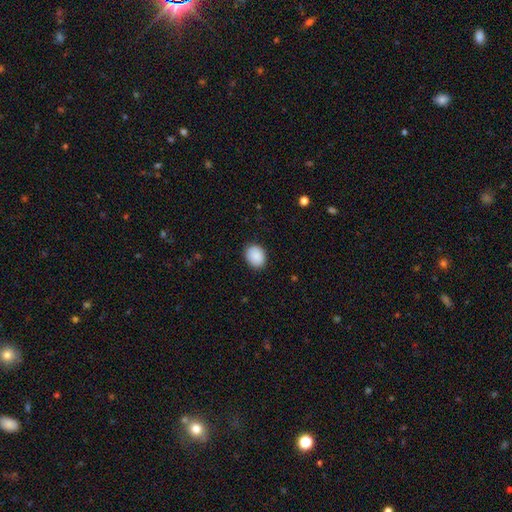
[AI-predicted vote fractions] This appears to be a smooth galaxy with no disk features (89%) that is in between round and cigar-shaped (50%). Merging: none (88%).